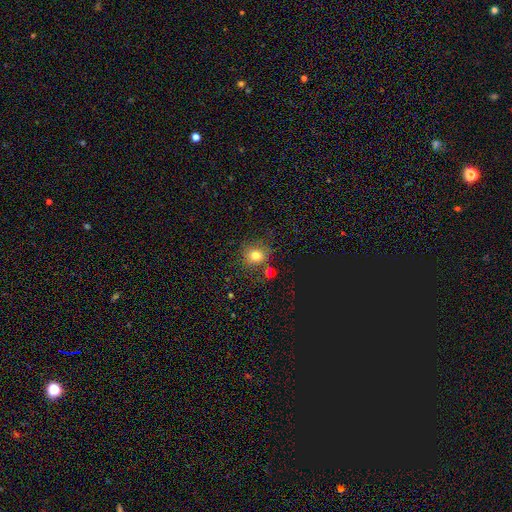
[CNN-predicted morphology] This is likely a smooth galaxy (77%). How rounded: likely round (70%). Merging: likely none (71%).